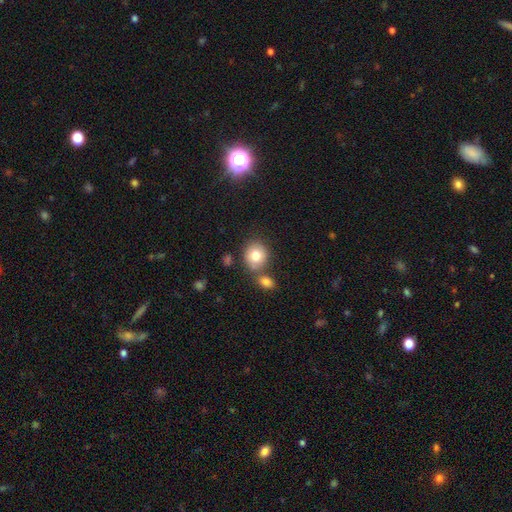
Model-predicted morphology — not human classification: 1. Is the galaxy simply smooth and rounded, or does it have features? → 79% smooth, 12% featured or disk, 9% star or artifact.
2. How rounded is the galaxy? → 73% round, 26% in between, 1% cigar-shaped.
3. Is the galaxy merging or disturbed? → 58% none, 26% merger, 12% minor disturbance, 4% major disturbance.